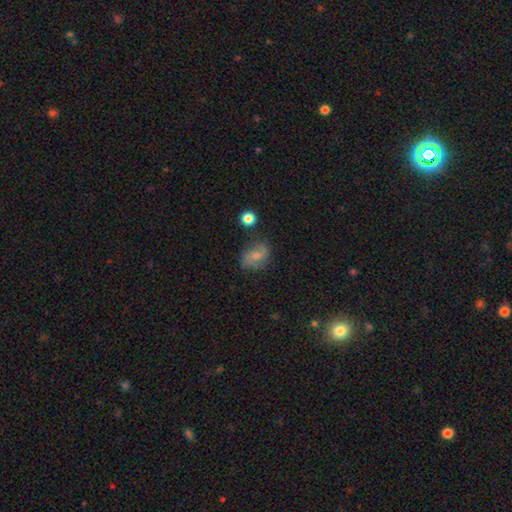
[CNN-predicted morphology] type=smooth (53%); roundness=in between (63%); merging=none (67%).